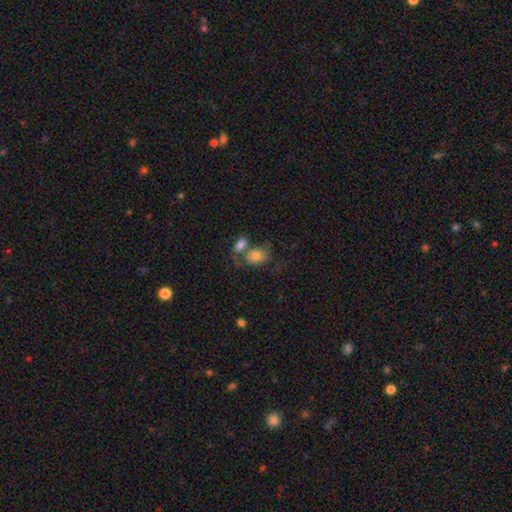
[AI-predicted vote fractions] Morphology: type=smooth (74%); roundness=in between (71%); merging=merger (44%).